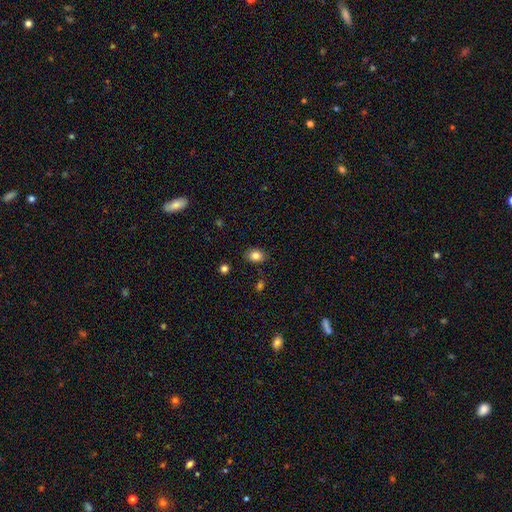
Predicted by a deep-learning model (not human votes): The model was most divided on "how rounded": in between: 63%, round: 36%, cigar-shaped: 1%. More confident: merging — none (85%); smooth or featured — smooth (82%).